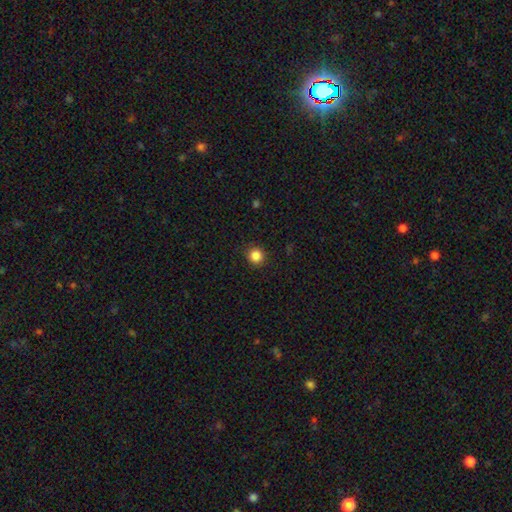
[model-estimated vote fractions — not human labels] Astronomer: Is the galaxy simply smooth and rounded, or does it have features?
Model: smooth — 86%.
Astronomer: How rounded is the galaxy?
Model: round — 93%.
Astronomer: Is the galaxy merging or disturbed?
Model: none — 91%.